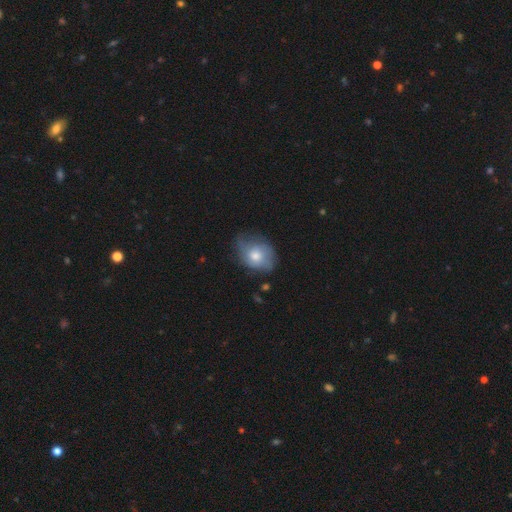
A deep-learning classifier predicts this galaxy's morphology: Q: Smooth or featured?
A: smooth (63%); runner-up: featured or disk (29%)
Q: How rounded?
A: in between (57%); runner-up: round (42%)
Q: Merging?
A: none (48%); runner-up: minor disturbance (36%)